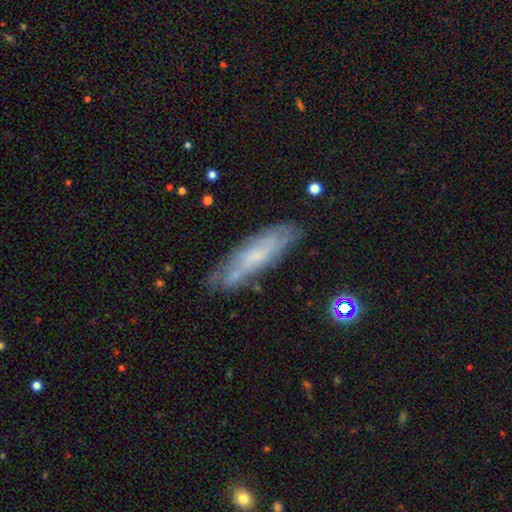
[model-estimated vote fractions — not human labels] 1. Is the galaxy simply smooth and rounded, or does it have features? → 52% featured or disk, 39% smooth, 9% star or artifact.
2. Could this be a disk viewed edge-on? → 59% no, 41% yes.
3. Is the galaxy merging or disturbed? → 73% none, 19% minor disturbance, 5% major disturbance, 3% merger.